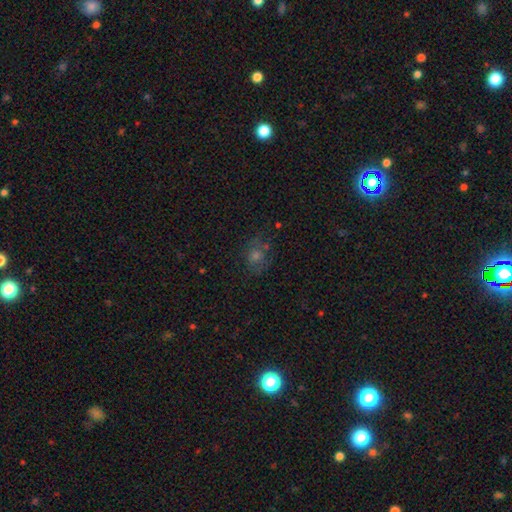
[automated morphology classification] Q: Smooth or featured?
A: smooth (43%); runner-up: star or artifact (33%)
Q: Merging?
A: none (65%); runner-up: minor disturbance (20%)